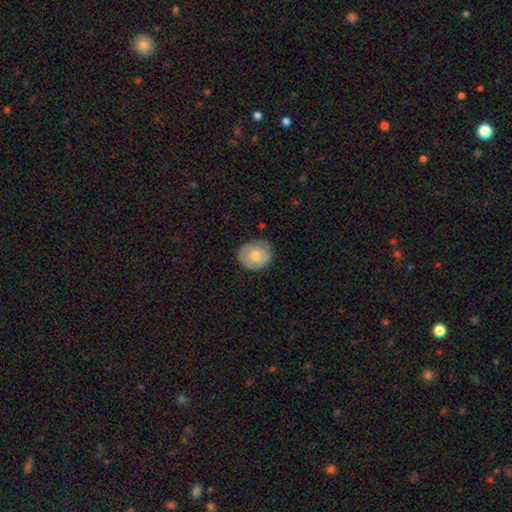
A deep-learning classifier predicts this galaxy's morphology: Smooth or featured? Predicted: smooth (p=0.71). How rounded? Predicted: round (p=0.72). Merging? Predicted: none (p=0.74).